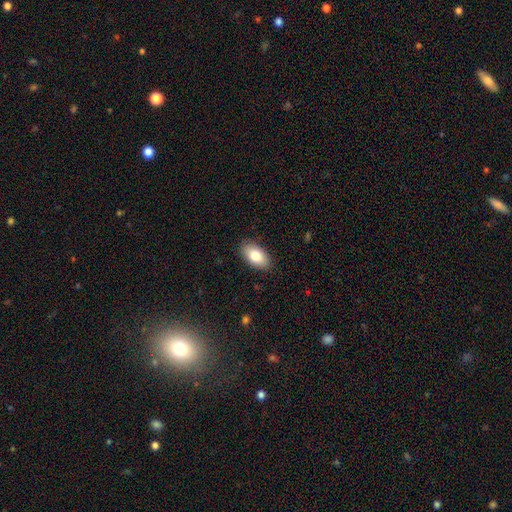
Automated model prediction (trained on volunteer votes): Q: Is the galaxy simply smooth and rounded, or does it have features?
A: smooth — 83%.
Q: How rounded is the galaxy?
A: in between — 94%.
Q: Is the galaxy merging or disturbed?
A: none — 88%.